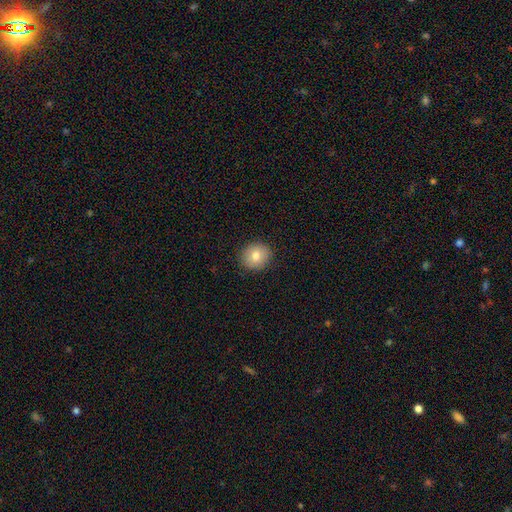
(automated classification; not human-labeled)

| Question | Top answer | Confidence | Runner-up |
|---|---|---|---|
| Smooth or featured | smooth | 81% | featured or disk (10%) |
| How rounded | round | 81% | in between (18%) |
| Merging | none | 90% | minor disturbance (7%) |